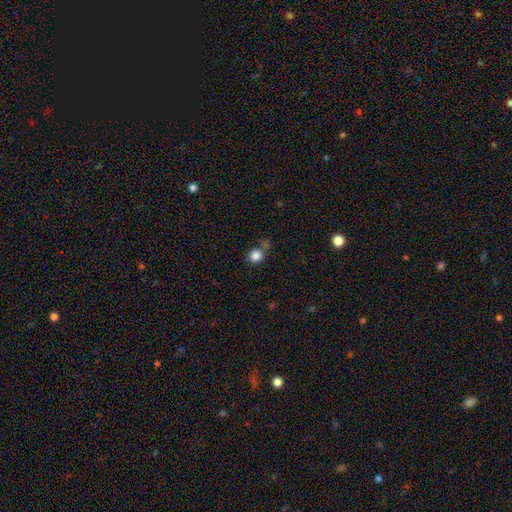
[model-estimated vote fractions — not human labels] Smooth or featured? Predicted: smooth (p=0.84). How rounded? Predicted: round (p=0.87). Merging? Predicted: none (p=0.64).